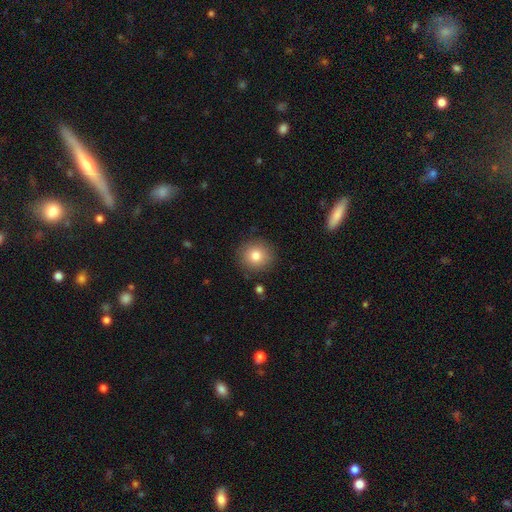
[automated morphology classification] Smooth or featured? smooth (81%)
How rounded? round (91%)
Merging? none (89%)